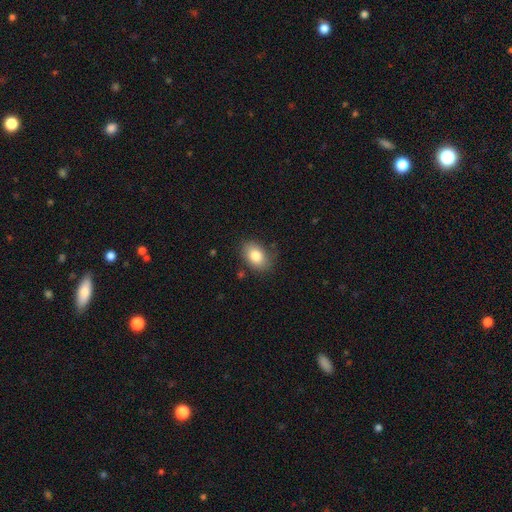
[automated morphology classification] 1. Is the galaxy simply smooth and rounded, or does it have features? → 82% smooth, 10% featured or disk, 8% star or artifact.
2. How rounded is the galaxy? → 81% in between, 17% round, 1% cigar-shaped.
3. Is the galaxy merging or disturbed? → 78% none, 16% minor disturbance, 4% major disturbance, 2% merger.